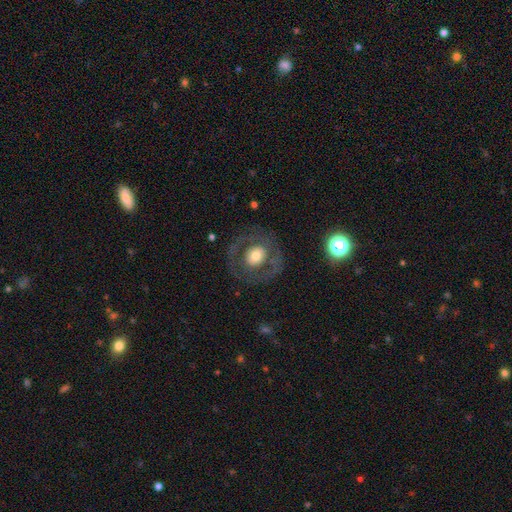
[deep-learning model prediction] smooth_or_featured: featured or disk (p=0.51) [alt: smooth p=0.42]
disk_edge_on: no (p=0.95) [alt: yes p=0.05]
merging: none (p=0.78) [alt: minor disturbance p=0.11]